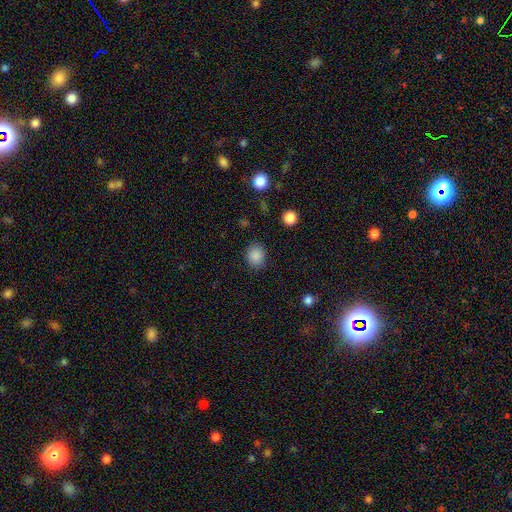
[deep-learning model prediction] Overall: smooth (87%). How rounded: round (64%; in between 35%). Merging: none (85%).